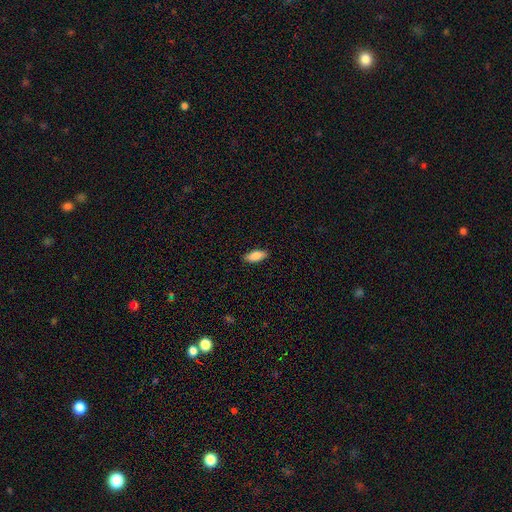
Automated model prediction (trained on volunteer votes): Q: Smooth or featured?
A: smooth (84%); runner-up: featured or disk (9%)
Q: How rounded?
A: in between (82%); runner-up: cigar-shaped (16%)
Q: Merging?
A: none (88%); runner-up: minor disturbance (9%)